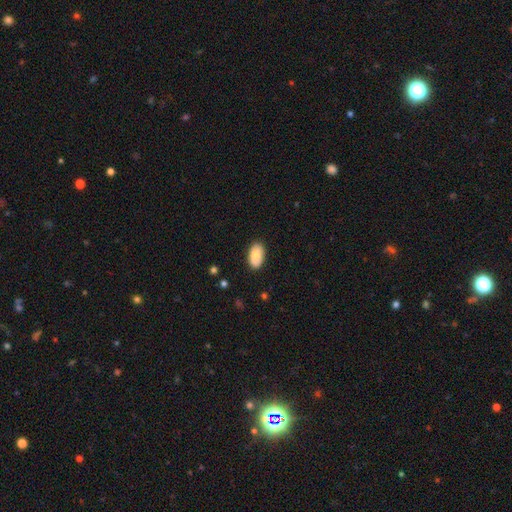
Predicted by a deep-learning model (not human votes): Smooth or featured?
  - smooth: 85% *
  - featured or disk: 9%
  - star or artifact: 6%
How rounded?
  - in between: 95% *
  - round: 3%
  - cigar-shaped: 1%
Merging?
  - none: 87% *
  - minor disturbance: 10%
  - major disturbance: 2%
  - merger: 1%